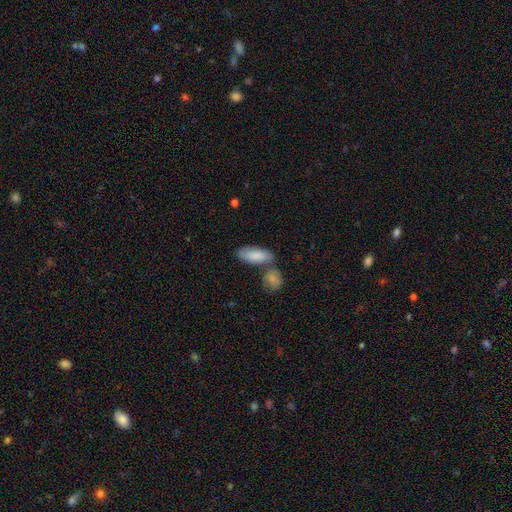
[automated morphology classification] smooth_or_featured: smooth (p=0.84) [alt: featured or disk p=0.10]
how_rounded: in between (p=0.81) [alt: cigar-shaped p=0.17]
merging: none (p=0.53) [alt: merger p=0.30]